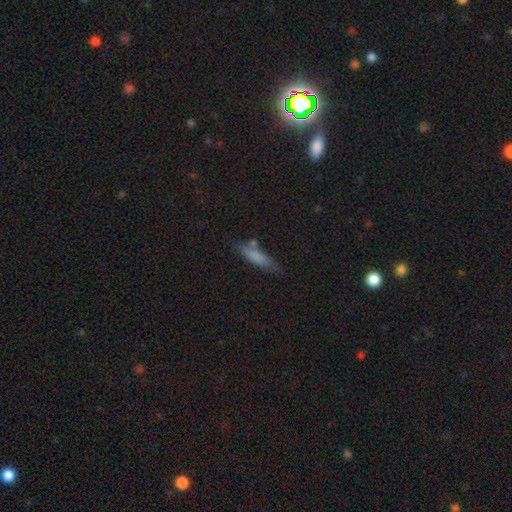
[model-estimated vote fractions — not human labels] Q: Smooth or featured?
A: smooth (74%); runner-up: featured or disk (18%)
Q: How rounded?
A: cigar-shaped (73%); runner-up: in between (25%)
Q: Merging?
A: none (67%); runner-up: minor disturbance (19%)